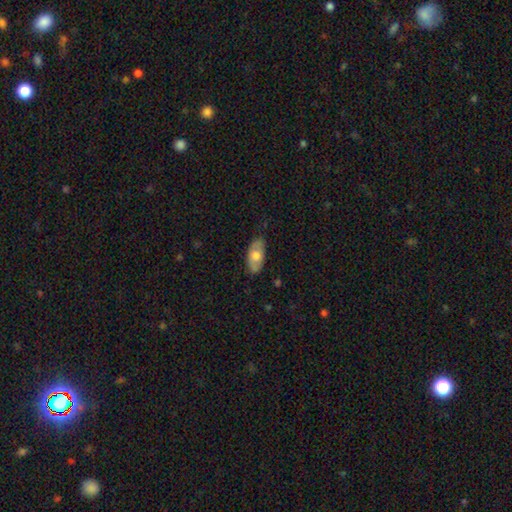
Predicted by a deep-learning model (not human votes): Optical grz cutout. It shows a smooth galaxy with no disk features (63%) that is in between round and cigar-shaped (91%). Merging: none (80%).